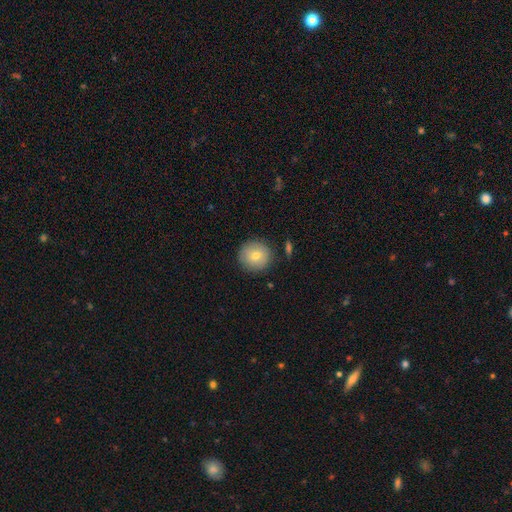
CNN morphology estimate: Smooth or featured? Predicted: smooth (p=0.77). How rounded? Predicted: round (p=0.94). Merging? Predicted: none (p=0.87).